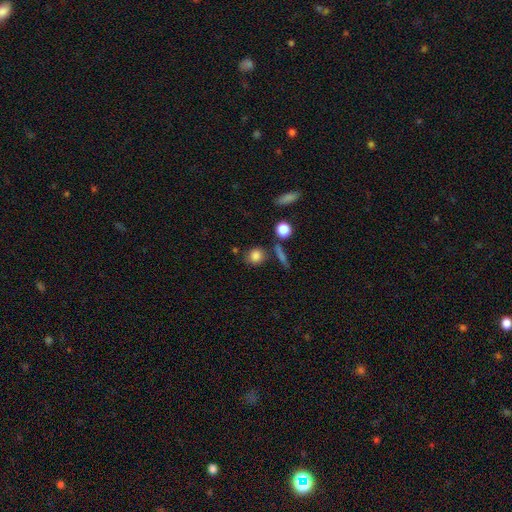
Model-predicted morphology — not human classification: smooth-or-featured: smooth: 84% | star or artifact: 10% | featured or disk: 6%
  how-rounded: round: 74% | in between: 23% | cigar-shaped: 3%
  merging: none: 73% | minor disturbance: 12% | merger: 10% | major disturbance: 4%